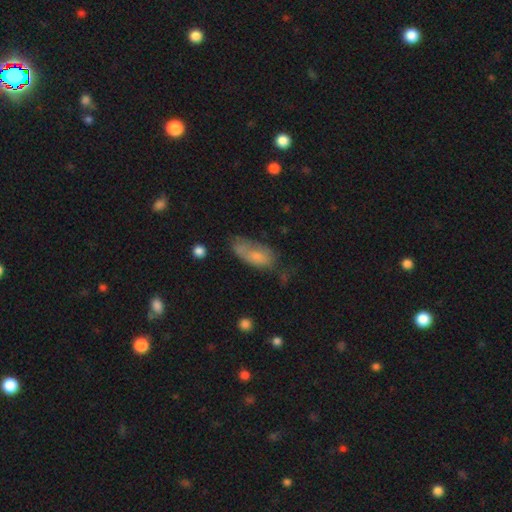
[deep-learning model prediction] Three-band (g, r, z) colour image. It shows a smooth galaxy with no disk features (69%) that is in between round and cigar-shaped (85%). Merging: none (40%).